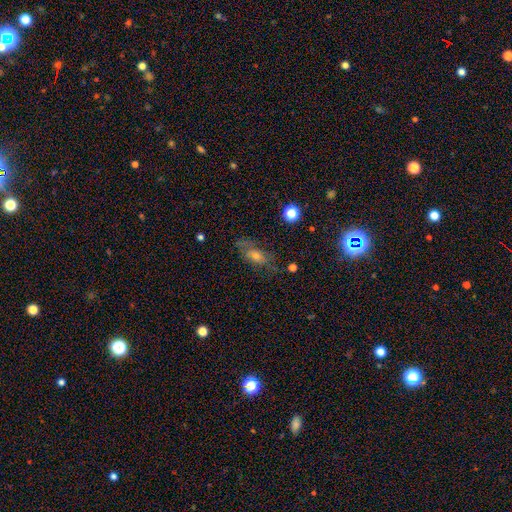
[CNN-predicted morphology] This appears to be a featured or disk galaxy (41%). Merging: none (63%).